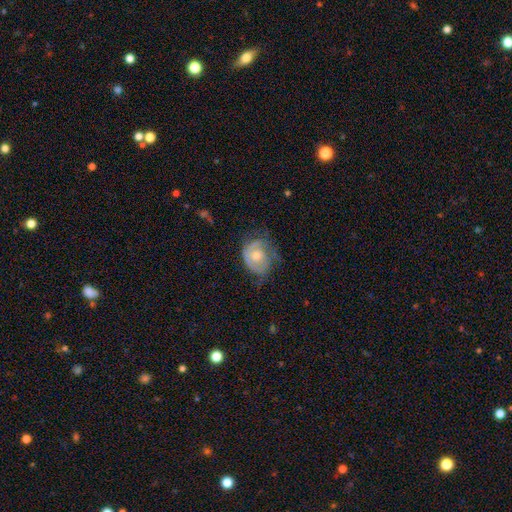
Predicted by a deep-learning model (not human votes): Smooth or featured? Predicted: featured or disk (p=0.64). Edge-on disk? Predicted: no (p=0.97). Bar? Predicted: no (p=0.79). Spiral arms? Predicted: yes (p=0.78). Bulge size? Predicted: moderate (p=0.53). Merging? Predicted: none (p=0.47).